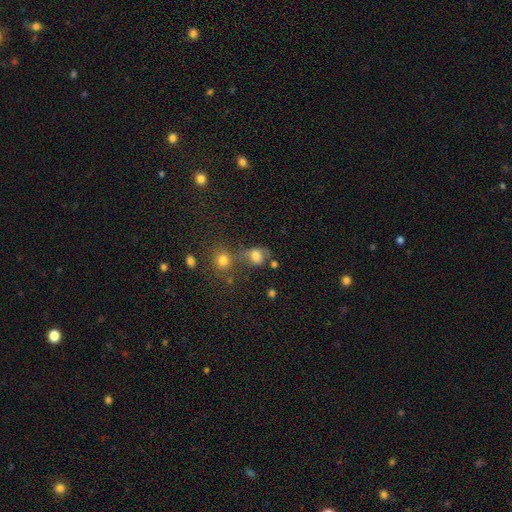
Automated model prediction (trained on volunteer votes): Smooth or featured? smooth (71%)
How rounded? in between (51%)
Merging? none (42%)